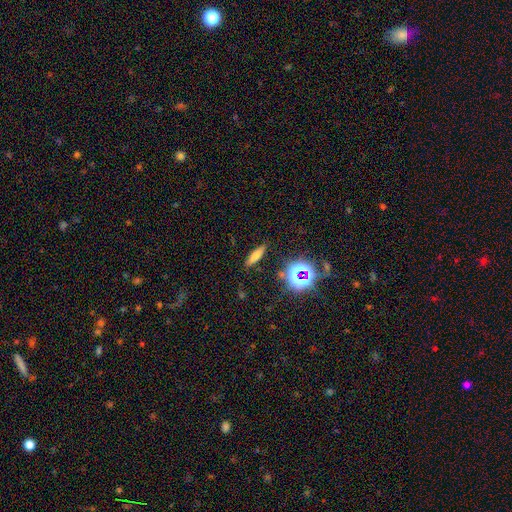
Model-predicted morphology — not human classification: This appears to be a smooth galaxy with no disk features (61%) that is cigar-shaped (63%). Merging: none (87%).